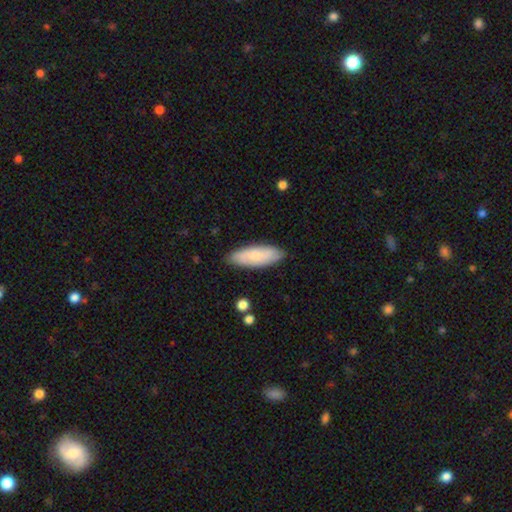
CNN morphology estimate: smooth-or-featured: smooth: 76% | featured or disk: 19% | star or artifact: 6%
  how-rounded: in between: 66% | cigar-shaped: 32% | round: 2%
  merging: none: 86% | minor disturbance: 11% | major disturbance: 2% | merger: 1%